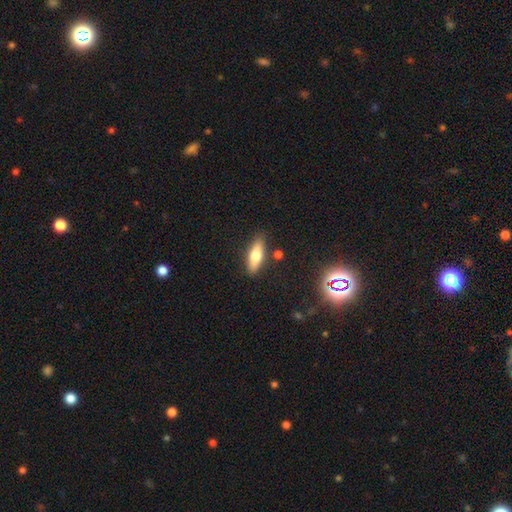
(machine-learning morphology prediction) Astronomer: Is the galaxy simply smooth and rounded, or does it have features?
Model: smooth — 66%.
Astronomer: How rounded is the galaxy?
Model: in between — 56% (runner-up: cigar-shaped, 41%).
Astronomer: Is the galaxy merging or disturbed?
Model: none — 84%.